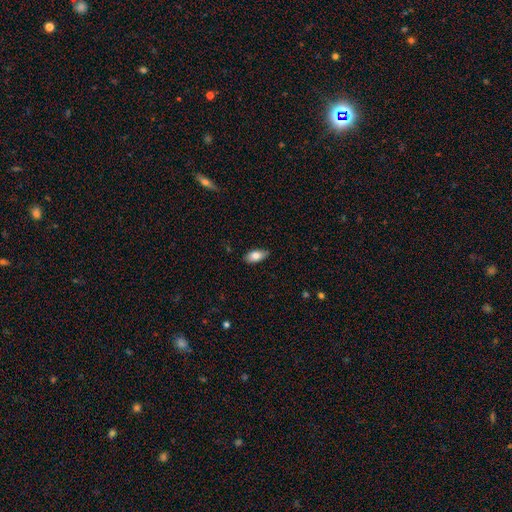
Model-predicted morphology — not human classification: Smooth or featured? Predicted: smooth (p=0.79). How rounded? Predicted: in between (p=0.90). Merging? Predicted: none (p=0.83).